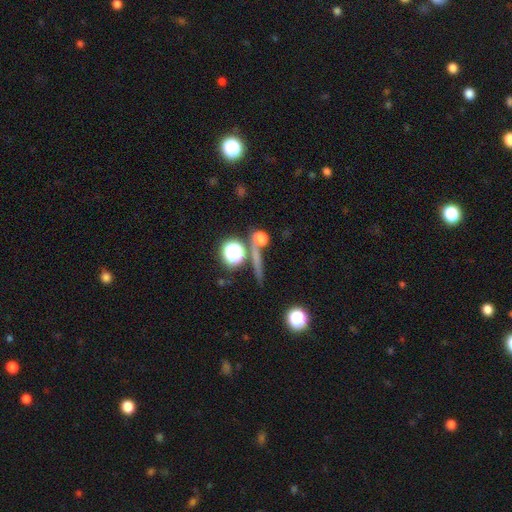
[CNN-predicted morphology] Smooth or featured? Predicted: smooth (p=0.44). Merging? Predicted: none (p=0.73).